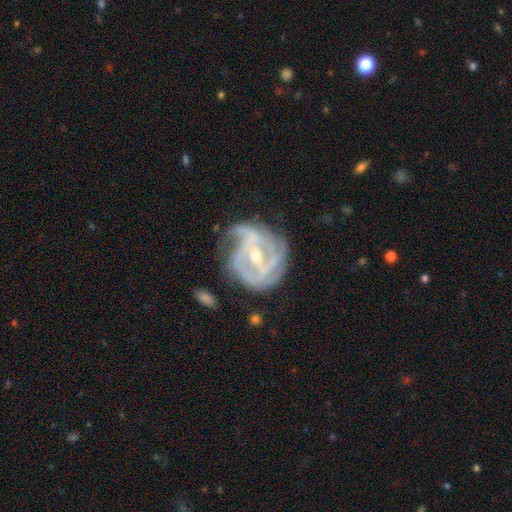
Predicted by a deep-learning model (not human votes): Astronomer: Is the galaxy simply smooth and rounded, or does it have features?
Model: featured or disk — 87%.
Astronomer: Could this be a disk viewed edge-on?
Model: no — 97%.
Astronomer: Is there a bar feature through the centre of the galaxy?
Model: weak — 41% (runner-up: strong, 38%).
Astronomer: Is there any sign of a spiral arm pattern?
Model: yes — 93%.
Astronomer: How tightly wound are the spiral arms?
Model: tight — 46% (runner-up: medium, 40%).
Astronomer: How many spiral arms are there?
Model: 3 — 31% (runner-up: 2, 24%).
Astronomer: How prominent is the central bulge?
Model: small — 55% (runner-up: moderate, 42%).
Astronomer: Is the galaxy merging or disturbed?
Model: none — 51% (runner-up: minor disturbance, 27%).